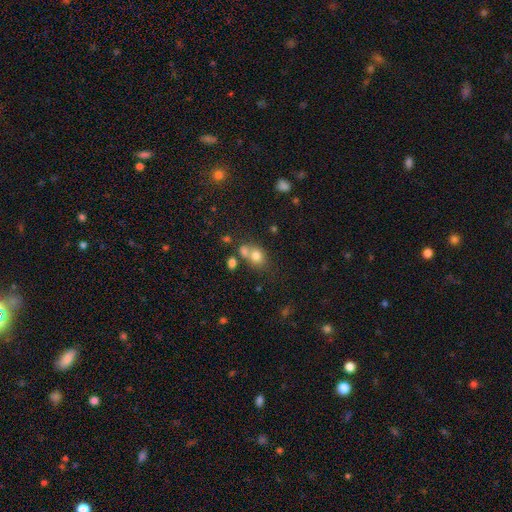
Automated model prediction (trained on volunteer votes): A smooth galaxy with no disk features (76%) that is round (56%). Merging: none (42%).